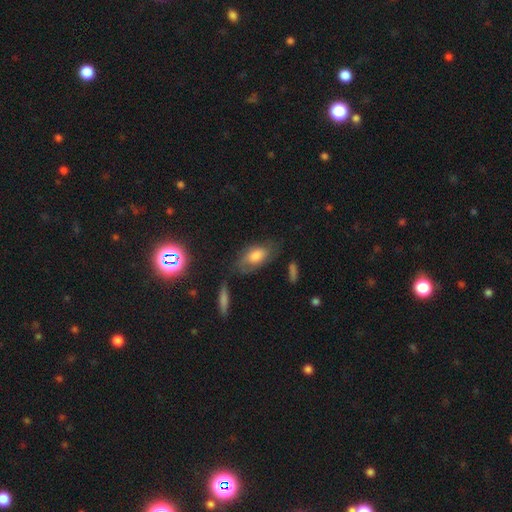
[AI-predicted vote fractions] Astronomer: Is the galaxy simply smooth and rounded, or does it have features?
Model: smooth — 58%.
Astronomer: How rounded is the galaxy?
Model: in between — 87%.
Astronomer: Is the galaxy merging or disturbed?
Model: none — 58%.